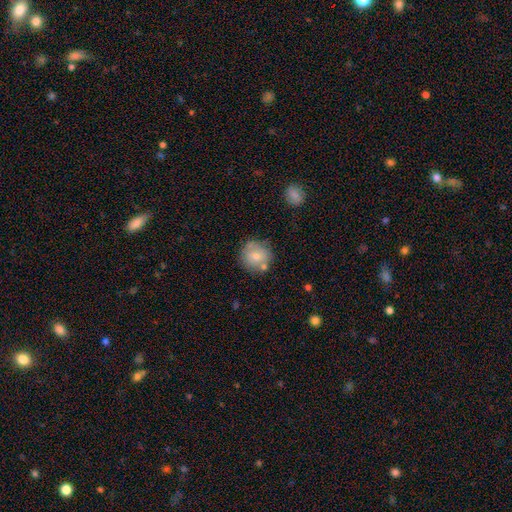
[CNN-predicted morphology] A smooth galaxy with no disk features (71%) that is round (91%). Merging: none (70%).